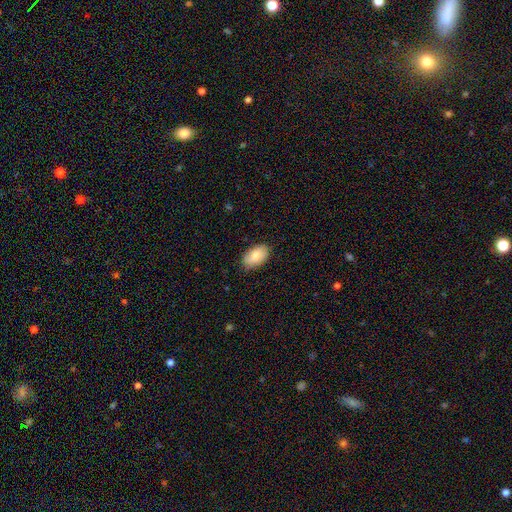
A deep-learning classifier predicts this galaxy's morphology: smooth_or_featured: smooth (p=0.84) [alt: featured or disk p=0.10]
how_rounded: in between (p=0.94) [alt: round p=0.04]
merging: none (p=0.80) [alt: minor disturbance p=0.16]